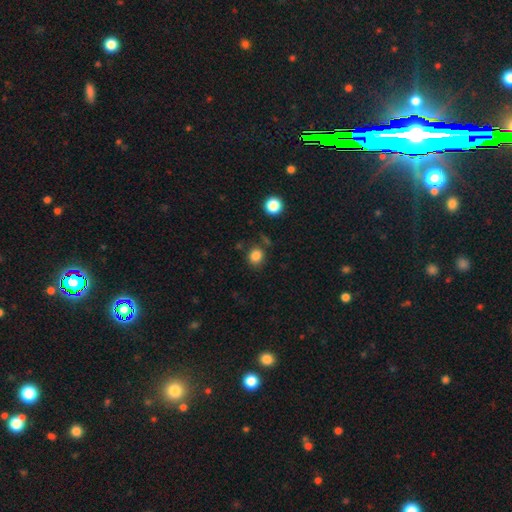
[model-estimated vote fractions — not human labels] Smooth or featured? smooth (83%)
How rounded? round (75%)
Merging? none (79%)